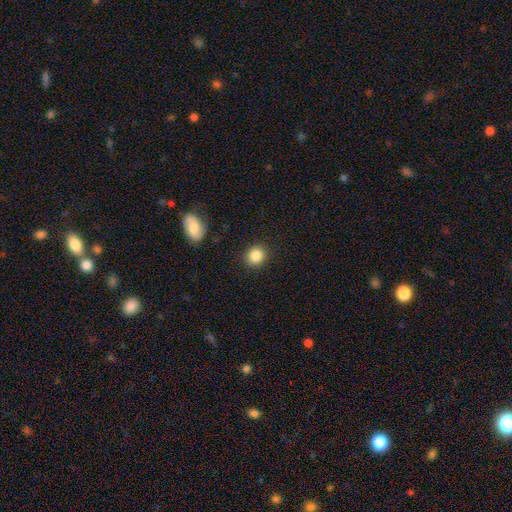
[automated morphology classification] smooth_or_featured: smooth (p=0.86) [alt: star or artifact p=0.10]
how_rounded: round (p=0.84) [alt: in between p=0.15]
merging: none (p=0.90) [alt: minor disturbance p=0.06]